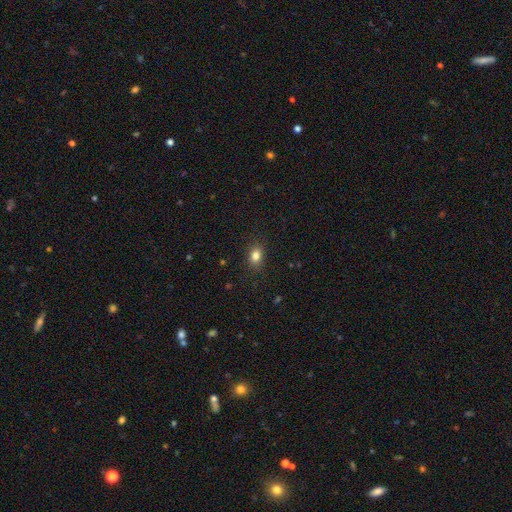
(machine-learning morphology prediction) A smooth galaxy with no disk features (83%) that is in between round and cigar-shaped (70%). Merging: none (86%).